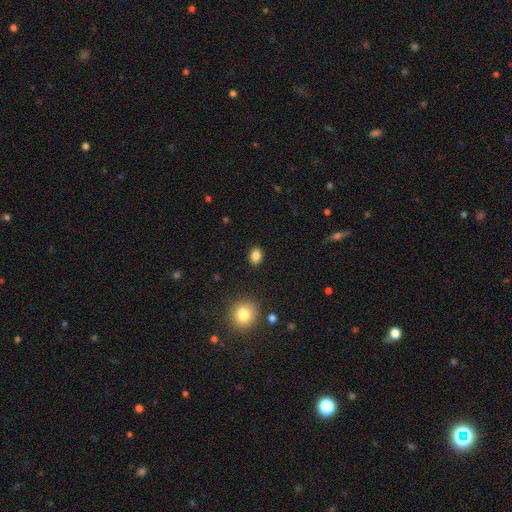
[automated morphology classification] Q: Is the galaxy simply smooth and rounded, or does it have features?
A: smooth — 85%.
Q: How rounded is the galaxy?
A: in between — 62%.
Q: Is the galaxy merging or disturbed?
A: none — 89%.